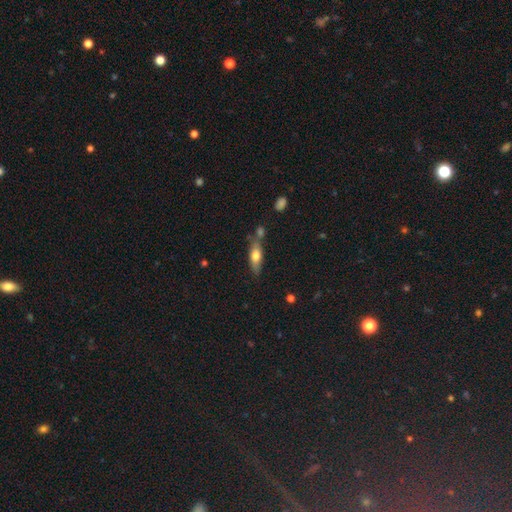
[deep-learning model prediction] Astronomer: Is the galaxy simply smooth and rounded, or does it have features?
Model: smooth — 63%.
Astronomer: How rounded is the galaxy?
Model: in between — 56% (runner-up: cigar-shaped, 41%).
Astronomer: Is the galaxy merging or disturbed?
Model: none — 64%.